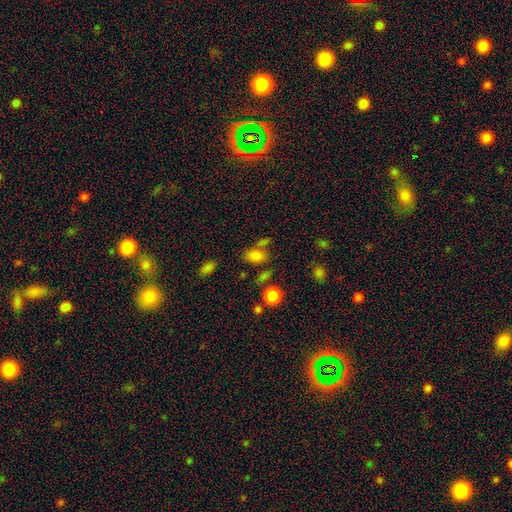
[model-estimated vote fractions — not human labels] Morphology: type=smooth (78%); roundness=in between (83%); merging=none (57%).